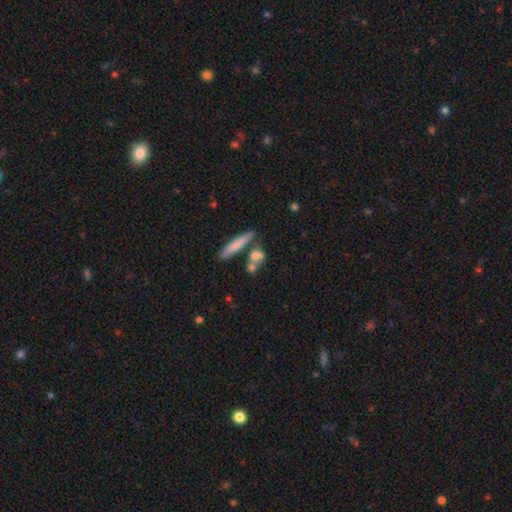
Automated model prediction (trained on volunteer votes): Q: Smooth or featured?
A: smooth (69%); runner-up: featured or disk (21%)
Q: How rounded?
A: cigar-shaped (41%); runner-up: in between (33%)
Q: Merging?
A: none (52%); runner-up: merger (28%)